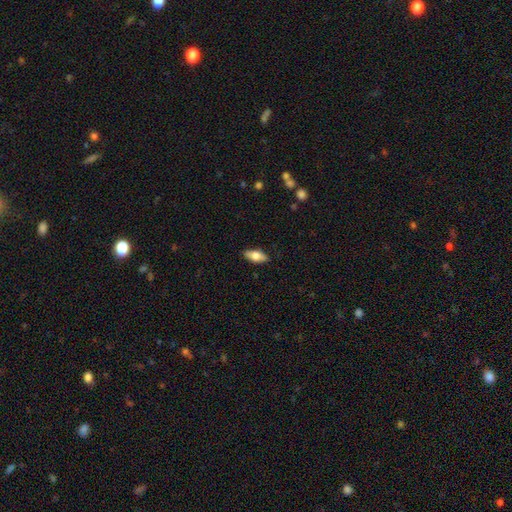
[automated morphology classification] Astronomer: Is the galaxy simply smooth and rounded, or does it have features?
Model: smooth — 67%.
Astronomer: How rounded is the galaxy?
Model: in between — 80%.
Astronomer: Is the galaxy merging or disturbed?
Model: none — 87%.